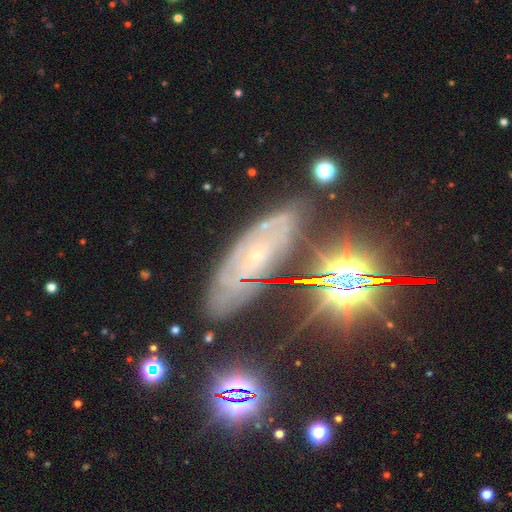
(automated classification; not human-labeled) A featured or disk galaxy (70%) with no bar (66%), tight (78%) spiral arms (90%) and a small central bulge (81%). Merging: none (78%).